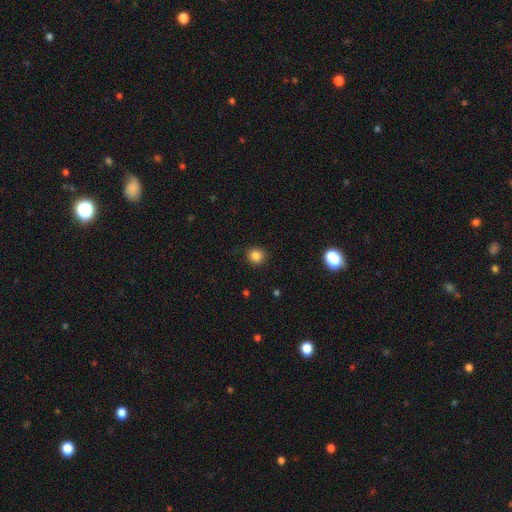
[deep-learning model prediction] smooth-or-featured: smooth: 84% | star or artifact: 12% | featured or disk: 4%
  how-rounded: round: 89% | in between: 10% | cigar-shaped: 1%
  merging: none: 89% | minor disturbance: 8% | major disturbance: 2% | merger: 1%